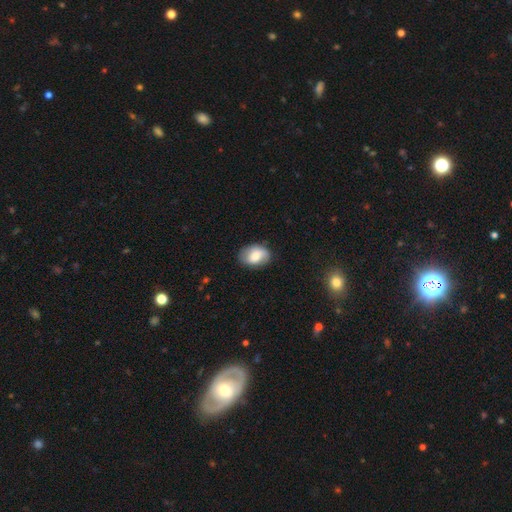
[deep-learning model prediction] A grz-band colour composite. It shows a smooth galaxy with no disk features (68%) that is in between round and cigar-shaped (79%). Merging: none (76%).